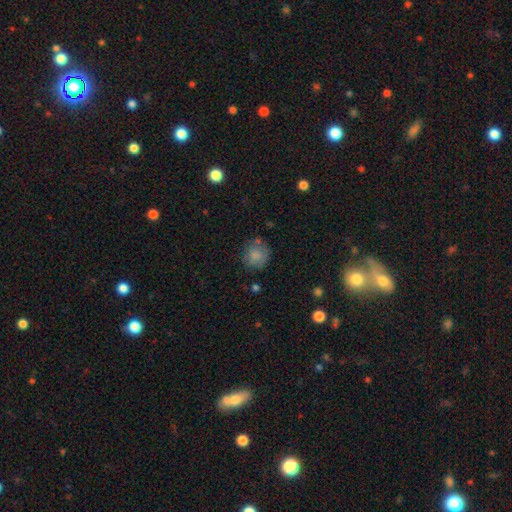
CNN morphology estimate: Smooth or featured?
  - smooth: 77% *
  - featured or disk: 13%
  - star or artifact: 10%
How rounded?
  - round: 80% *
  - in between: 19%
  - cigar-shaped: 1%
Merging?
  - none: 66% *
  - minor disturbance: 21%
  - major disturbance: 9%
  - merger: 4%